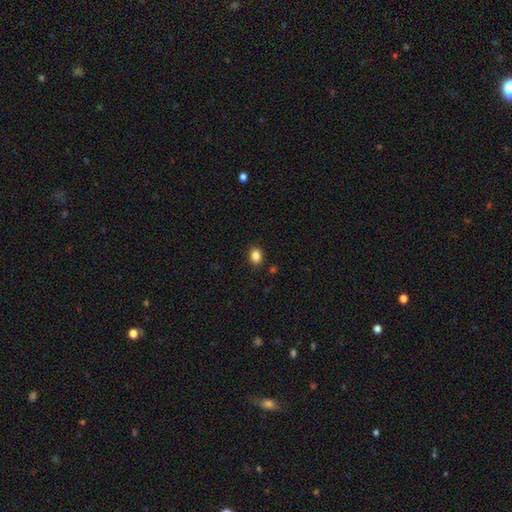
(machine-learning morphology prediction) The model was most divided on "how rounded": in between: 63%, round: 36%, cigar-shaped: 1%. More confident: merging — none (88%); smooth or featured — smooth (86%).